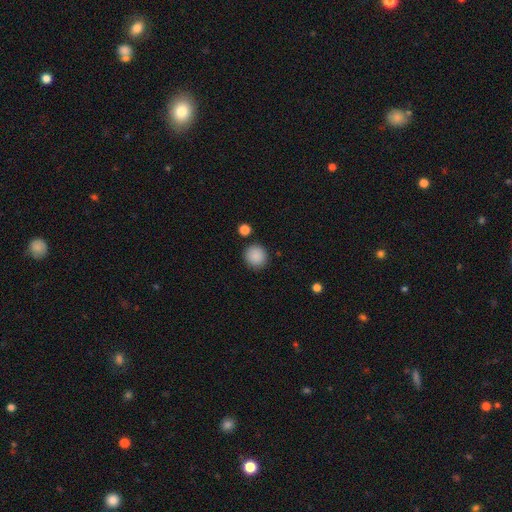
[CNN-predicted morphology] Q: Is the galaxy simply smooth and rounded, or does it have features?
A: smooth — 89%.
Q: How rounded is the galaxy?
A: round — 93%.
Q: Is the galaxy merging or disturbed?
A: none — 89%.